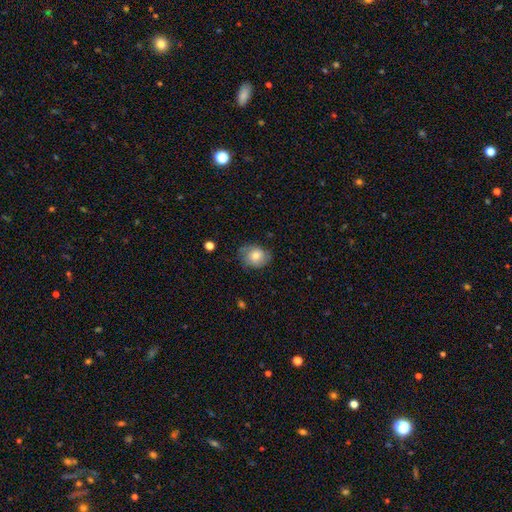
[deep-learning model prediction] This is likely a smooth galaxy (69%). How rounded: likely round (64%). Merging: likely none (67%).